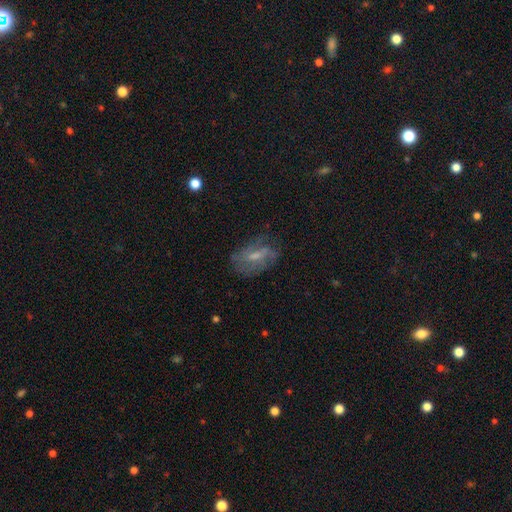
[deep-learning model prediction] smooth-or-featured: featured or disk: 61% | smooth: 30% | star or artifact: 9%
  disk-edge-on: no: 93% | yes: 7%
    bar: weak: 49% | no: 37% | strong: 14%
    has-spiral-arms: yes: 69% | no: 31%
    bulge-size: small: 46% | moderate: 37% | none: 13% | large: 3% | dominant: 1%
  merging: none: 57% | minor disturbance: 25% | major disturbance: 16% | merger: 2%